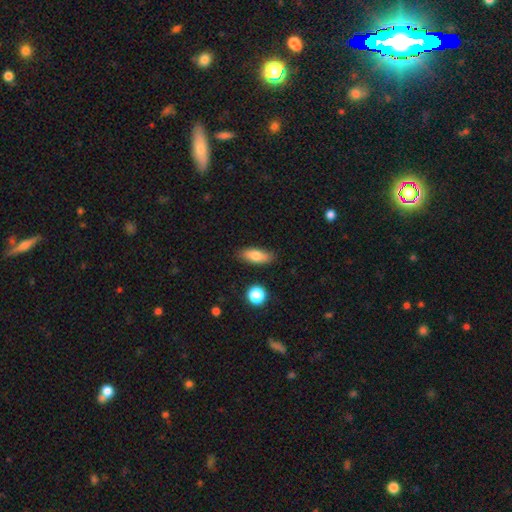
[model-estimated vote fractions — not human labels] Smooth or featured: smooth — 77% (featured or disk — 15%)
How rounded: in between — 76% (cigar-shaped — 20%)
Merging: none — 83% (minor disturbance — 12%)